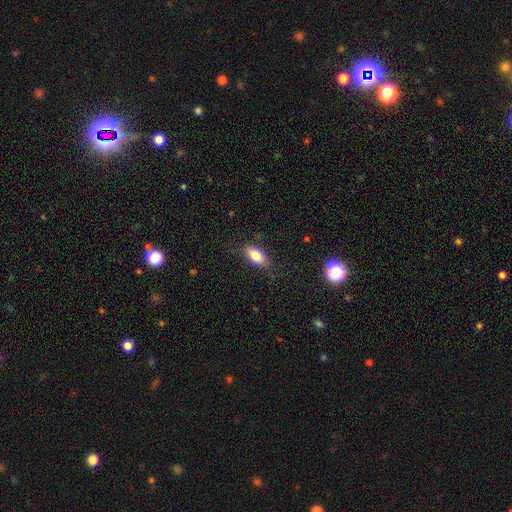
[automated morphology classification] A smooth galaxy with no disk features (82%) that is in between round and cigar-shaped (86%).

Vote fractions:
- Smooth or featured? smooth: 82% / featured or disk: 10% / star or artifact: 8%
- How rounded? in between: 86% / cigar-shaped: 10% / round: 4%
- Merging? none: 78% / minor disturbance: 16% / major disturbance: 4% / merger: 1%